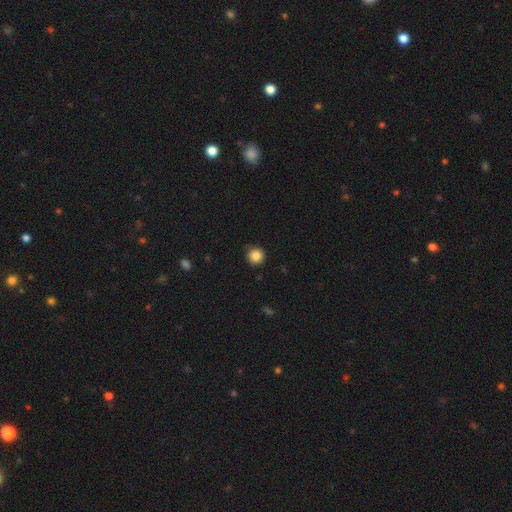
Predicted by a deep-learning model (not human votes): This is clearly a smooth galaxy (84%). How rounded: clearly round (95%). Merging: clearly none (86%).